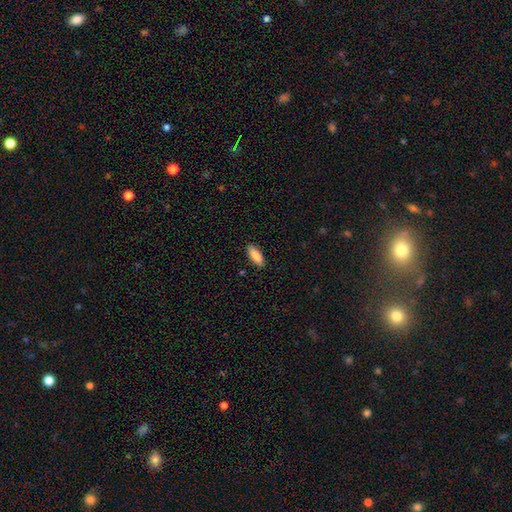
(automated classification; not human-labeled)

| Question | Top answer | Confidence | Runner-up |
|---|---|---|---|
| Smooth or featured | smooth | 88% | featured or disk (7%) |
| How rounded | in between | 72% | cigar-shaped (26%) |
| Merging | none | 88% | minor disturbance (9%) |